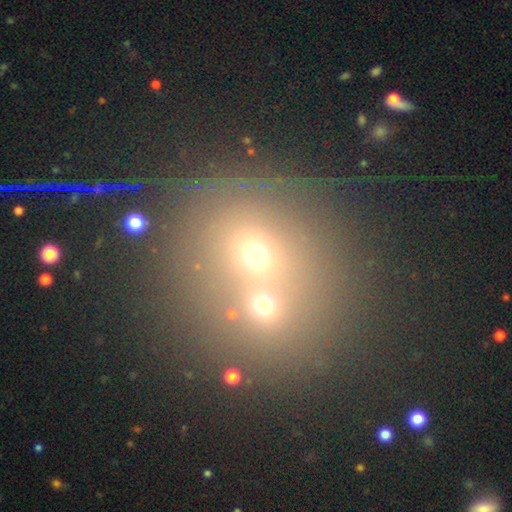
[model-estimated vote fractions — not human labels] smooth-or-featured: smooth: 45% | star or artifact: 38% | featured or disk: 17%
  merging: merger: 50% | none: 40% | minor disturbance: 6% | major disturbance: 4%